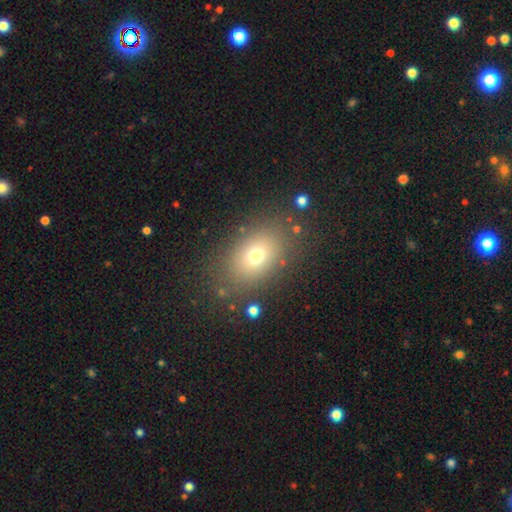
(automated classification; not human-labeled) Q: Smooth or featured?
A: smooth (71%); runner-up: star or artifact (15%)
Q: How rounded?
A: in between (74%); runner-up: round (24%)
Q: Merging?
A: none (82%); runner-up: minor disturbance (10%)